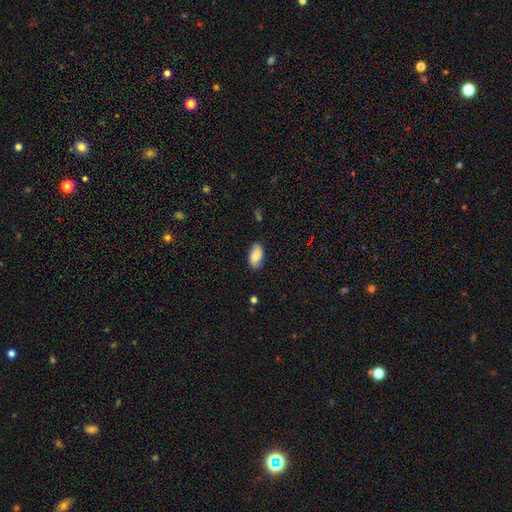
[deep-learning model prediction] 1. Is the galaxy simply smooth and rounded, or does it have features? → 87% smooth, 7% star or artifact, 7% featured or disk.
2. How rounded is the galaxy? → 94% in between, 4% cigar-shaped, 3% round.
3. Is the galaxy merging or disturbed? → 86% none, 11% minor disturbance, 2% major disturbance, 1% merger.